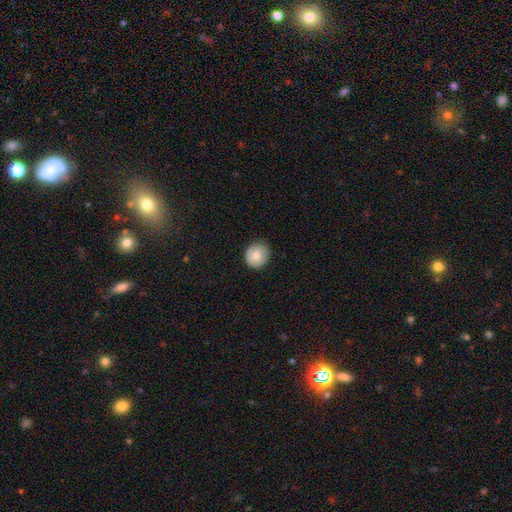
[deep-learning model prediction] smooth 79%, featured or disk 14%, star or artifact 7%. Down the decision tree: how rounded — round (89%); merging — none (85%).